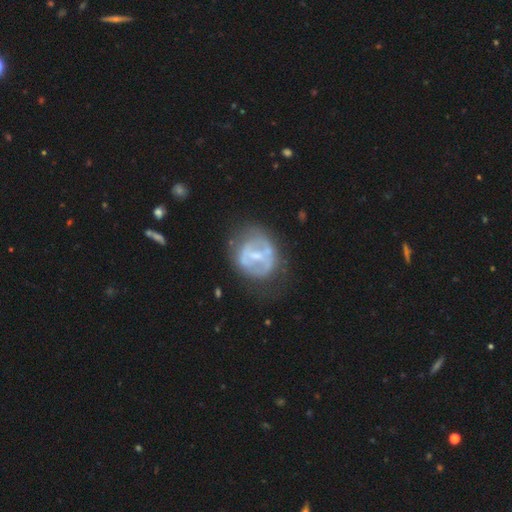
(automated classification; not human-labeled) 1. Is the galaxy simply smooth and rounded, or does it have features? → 67% featured or disk, 26% smooth, 7% star or artifact.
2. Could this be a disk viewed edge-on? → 96% no, 4% yes.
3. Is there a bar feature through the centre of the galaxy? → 40% weak, 35% strong, 26% no.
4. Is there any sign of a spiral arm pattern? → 65% no, 35% yes.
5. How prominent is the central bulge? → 43% small, 41% moderate, 12% none, 4% large, 1% dominant.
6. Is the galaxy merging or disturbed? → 57% none, 23% minor disturbance, 16% major disturbance, 3% merger.